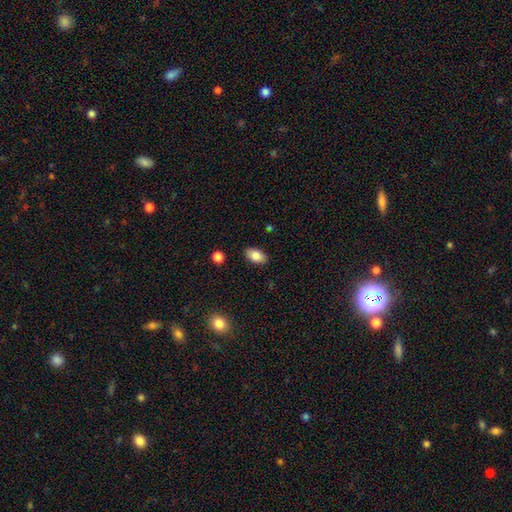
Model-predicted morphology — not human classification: Q: Smooth or featured?
A: smooth (84%); runner-up: featured or disk (8%)
Q: How rounded?
A: in between (92%); runner-up: round (5%)
Q: Merging?
A: none (88%); runner-up: minor disturbance (9%)